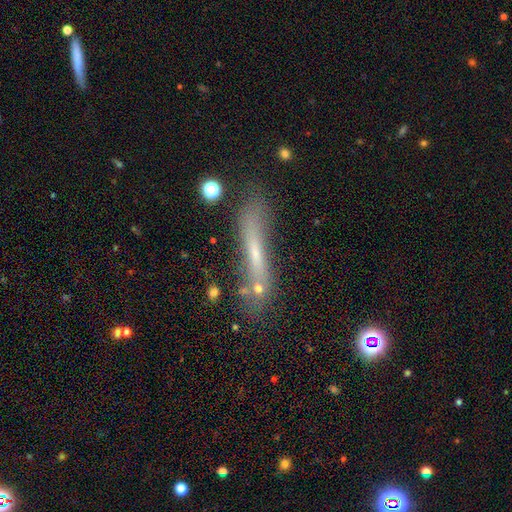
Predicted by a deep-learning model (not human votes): Smooth or featured? Predicted: smooth (p=0.50). Merging? Predicted: none (p=0.63).